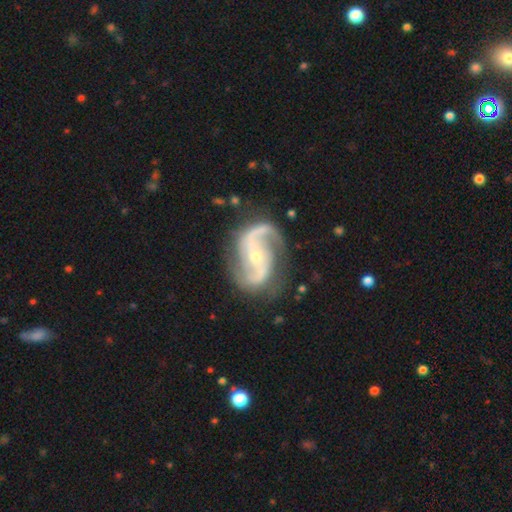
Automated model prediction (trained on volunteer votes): featured or disk 92%, star or artifact 5%, smooth 4%. Down the decision tree: edge-on disk — no (98%); bar — no (44%); spiral arms — yes (98%); spiral arm count — 2 (91%); spiral winding — medium (51%); bulge size — small (58%); merging — none (76%).